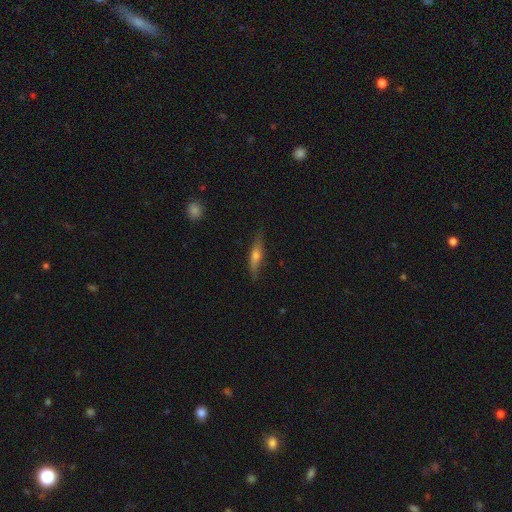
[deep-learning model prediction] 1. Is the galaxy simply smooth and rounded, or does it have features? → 47% featured or disk, 46% smooth, 7% star or artifact.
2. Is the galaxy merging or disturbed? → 82% none, 14% minor disturbance, 3% major disturbance, 1% merger.